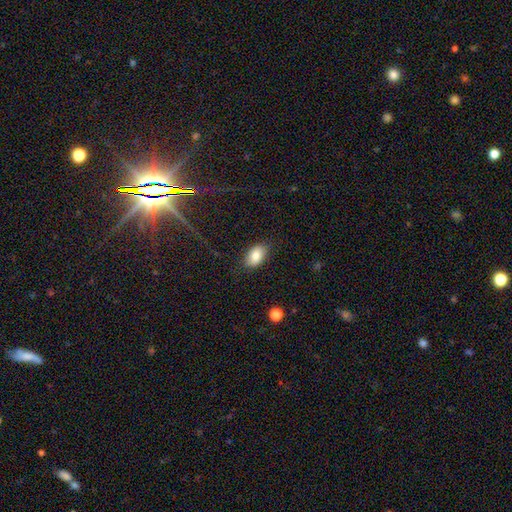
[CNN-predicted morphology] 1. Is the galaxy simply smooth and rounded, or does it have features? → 83% smooth, 9% featured or disk, 8% star or artifact.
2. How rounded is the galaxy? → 91% in between, 8% round, 2% cigar-shaped.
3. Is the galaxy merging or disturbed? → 81% none, 14% minor disturbance, 3% major disturbance, 1% merger.